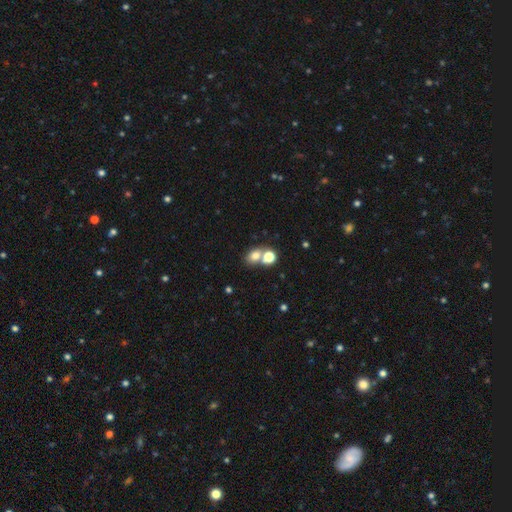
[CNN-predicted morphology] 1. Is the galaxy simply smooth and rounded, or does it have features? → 73% smooth, 15% star or artifact, 12% featured or disk.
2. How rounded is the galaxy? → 52% in between, 46% round, 1% cigar-shaped.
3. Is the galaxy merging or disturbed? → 44% merger (tied), 44% none (tied), 9% minor disturbance, 4% major disturbance.